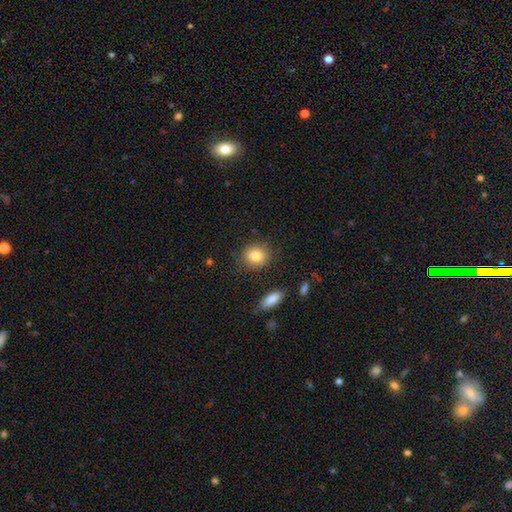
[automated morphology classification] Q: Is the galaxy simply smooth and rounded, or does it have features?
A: smooth — 82%.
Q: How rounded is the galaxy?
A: round — 76%.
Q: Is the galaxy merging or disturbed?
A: none — 84%.